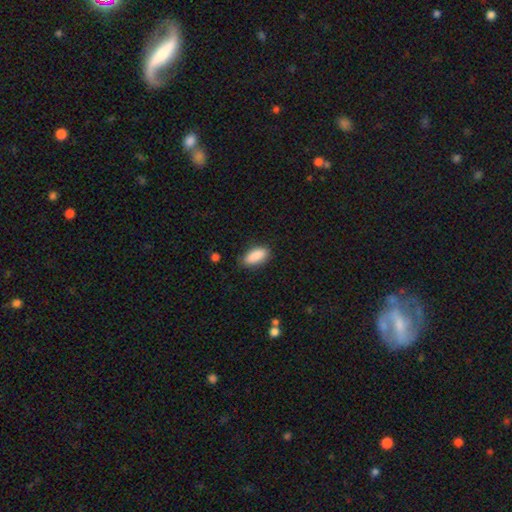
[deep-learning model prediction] Smooth or featured? smooth (90%)
How rounded? in between (88%)
Merging? none (81%)